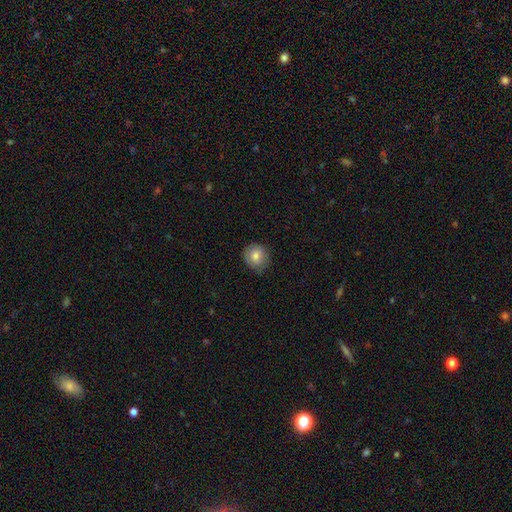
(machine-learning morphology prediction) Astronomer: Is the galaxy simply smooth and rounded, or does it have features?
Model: smooth — 79%.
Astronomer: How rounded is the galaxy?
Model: round — 86%.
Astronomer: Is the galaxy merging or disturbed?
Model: none — 79%.